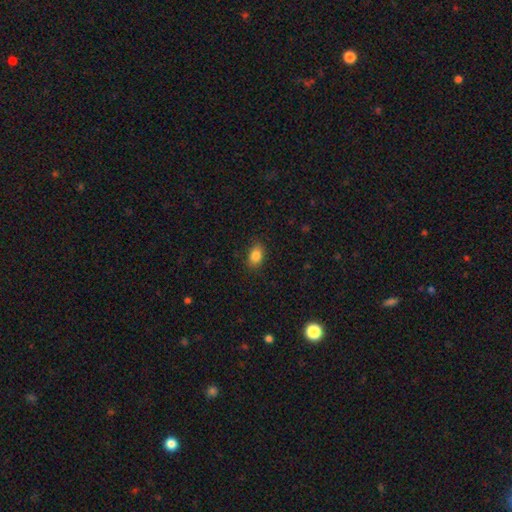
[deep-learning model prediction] Smooth or featured: smooth — 85% (star or artifact — 9%)
How rounded: in between — 83% (round — 16%)
Merging: none — 85% (minor disturbance — 11%)